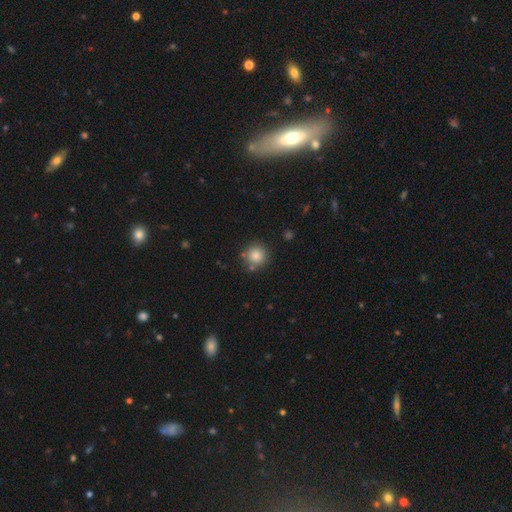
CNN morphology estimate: Q: Smooth or featured?
A: smooth (84%); runner-up: star or artifact (10%)
Q: How rounded?
A: round (93%); runner-up: in between (6%)
Q: Merging?
A: none (81%); runner-up: minor disturbance (10%)